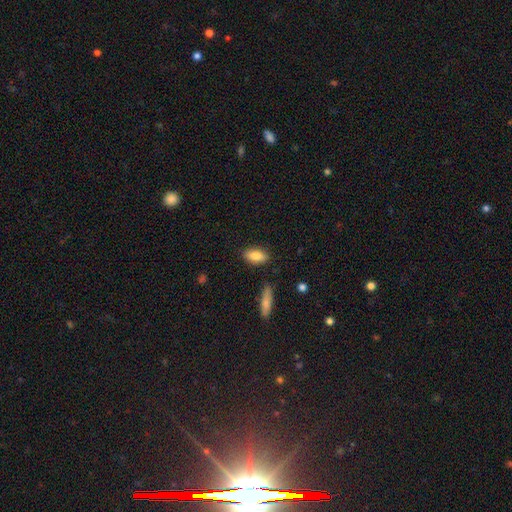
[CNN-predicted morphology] A smooth galaxy with no disk features (82%) that is in between round and cigar-shaped (84%).

Vote fractions:
- Smooth or featured? smooth: 82% / featured or disk: 11% / star or artifact: 7%
- How rounded? in between: 84% / cigar-shaped: 13% / round: 4%
- Merging? none: 85% / minor disturbance: 10% / major disturbance: 2% / merger: 2%